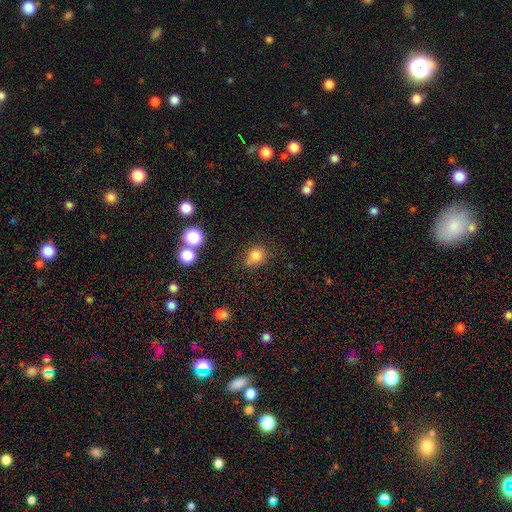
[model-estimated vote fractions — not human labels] smooth 81%, star or artifact 13%, featured or disk 6%. Down the decision tree: how rounded — round (69%); merging — none (63%).